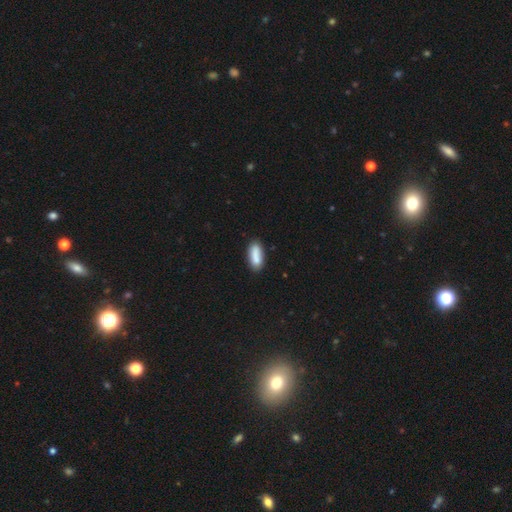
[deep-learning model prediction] Smooth or featured? smooth (86%)
How rounded? in between (74%)
Merging? none (80%)